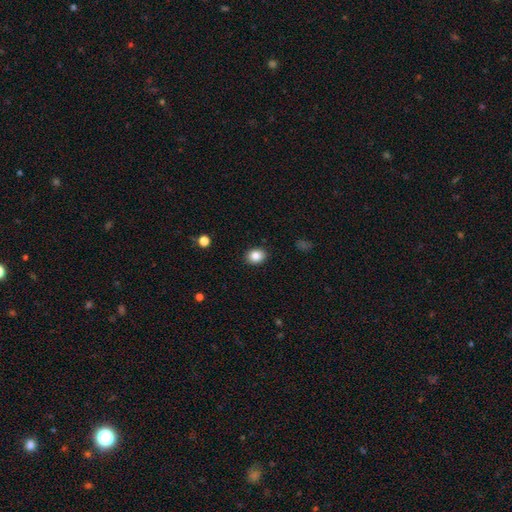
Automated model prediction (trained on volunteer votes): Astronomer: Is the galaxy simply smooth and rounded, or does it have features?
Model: smooth — 85%.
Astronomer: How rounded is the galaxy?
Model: in between — 54% (runner-up: round, 45%).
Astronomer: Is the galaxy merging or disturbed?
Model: none — 89%.